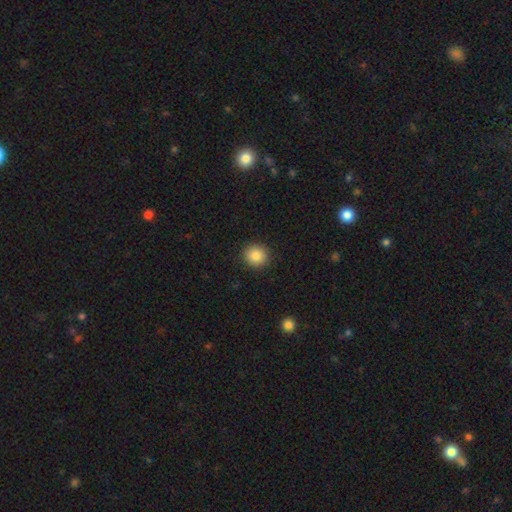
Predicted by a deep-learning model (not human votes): Overall: smooth (86%). How rounded: round (89%). Merging: none (91%).